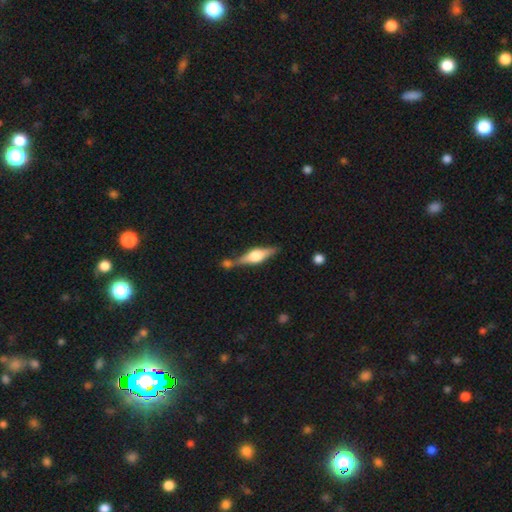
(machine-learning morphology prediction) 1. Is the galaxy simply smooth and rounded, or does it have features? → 71% featured or disk, 23% smooth, 6% star or artifact.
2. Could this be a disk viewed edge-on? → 96% yes, 4% no.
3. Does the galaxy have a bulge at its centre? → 89% rounded, 9% boxy, 2% none.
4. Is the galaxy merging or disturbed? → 68% none, 15% merger, 13% minor disturbance, 4% major disturbance.